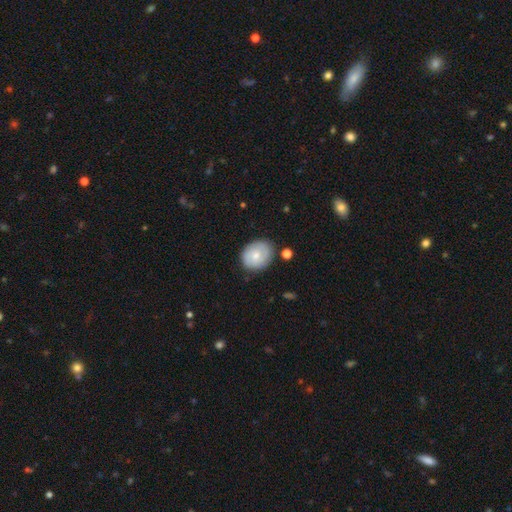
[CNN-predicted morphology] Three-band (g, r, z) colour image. It shows a smooth galaxy with no disk features (57%) that is round (56%). Merging: none (78%).